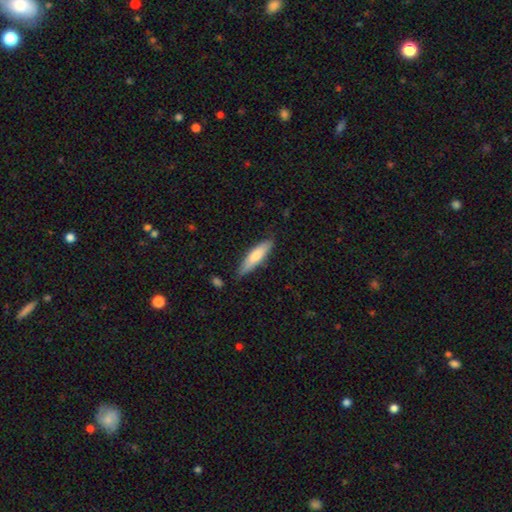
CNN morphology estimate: Overall: smooth (70%). How rounded: cigar-shaped (74%). Merging: none (83%).